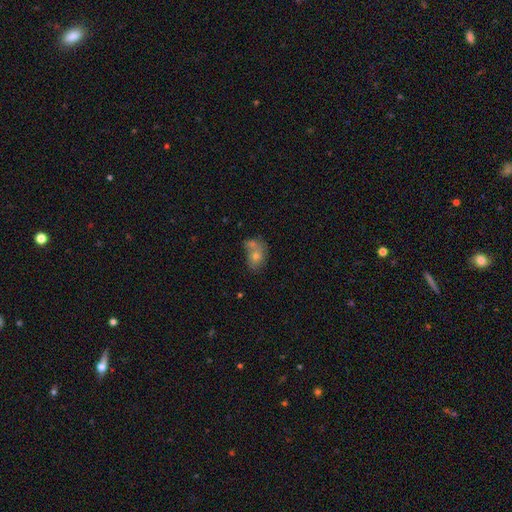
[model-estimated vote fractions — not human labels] smooth-or-featured: smooth: 63% | featured or disk: 24% | star or artifact: 13%
  how-rounded: in between: 61% | round: 38% | cigar-shaped: 2%
  merging: merger: 46% | none: 34% | minor disturbance: 13% | major disturbance: 7%